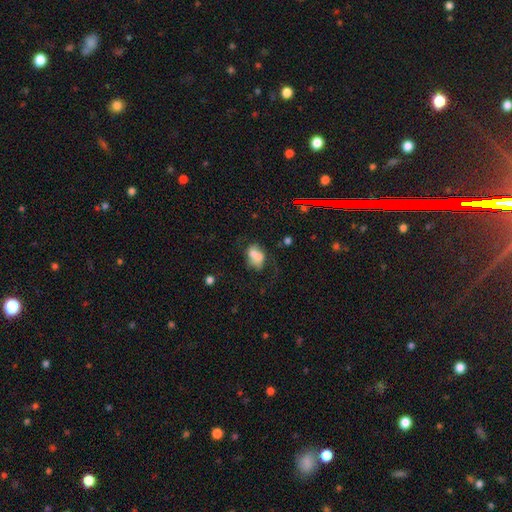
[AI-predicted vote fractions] This is likely a smooth galaxy (65%). How rounded: likely in between (77%). Merging: marginally none (33%).